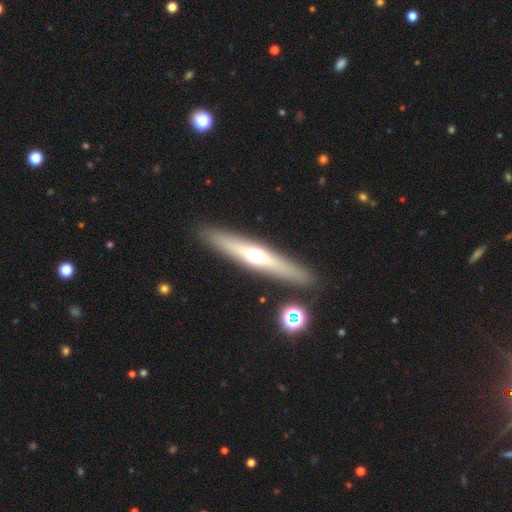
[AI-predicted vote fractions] Overall: featured or disk (56%; smooth 38%). Edge-on disk: yes (92%). Edge-on bulge: rounded (85%). Merging: none (90%).